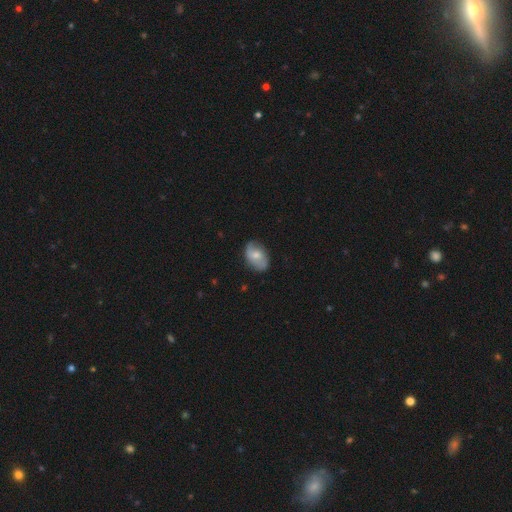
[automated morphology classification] The model was most divided on "smooth or featured": smooth: 50%, featured or disk: 43%, star or artifact: 7%. More confident: merging — none (73%).